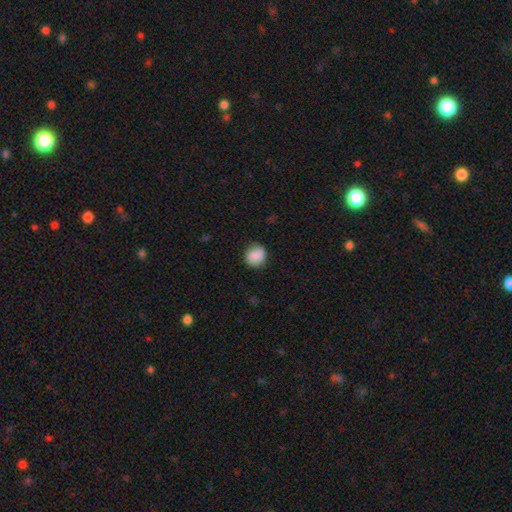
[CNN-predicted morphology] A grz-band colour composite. It shows a smooth galaxy with no disk features (85%) that is round (84%). Merging: none (82%).